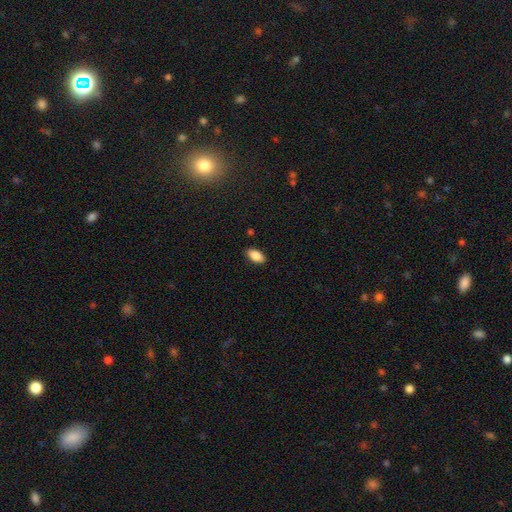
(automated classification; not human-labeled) This is clearly a smooth galaxy (86%). How rounded: clearly in between (92%). Merging: clearly none (87%).